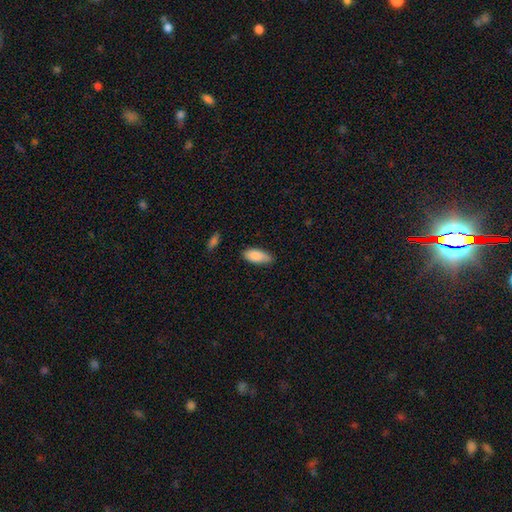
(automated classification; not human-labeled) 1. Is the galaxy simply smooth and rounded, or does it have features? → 87% smooth, 7% star or artifact, 6% featured or disk.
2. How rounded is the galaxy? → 86% in between, 12% cigar-shaped, 2% round.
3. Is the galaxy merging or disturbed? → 69% none, 26% minor disturbance, 4% major disturbance, 2% merger.